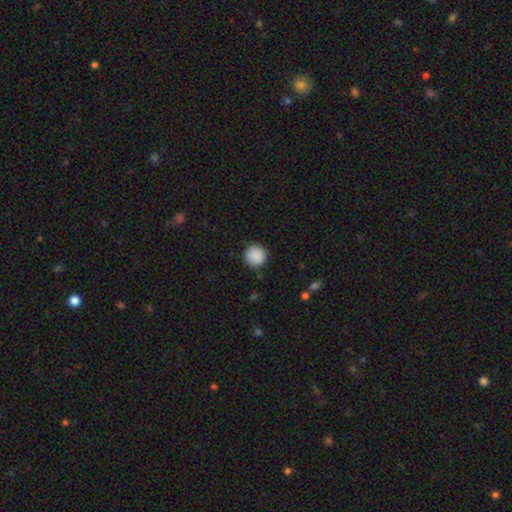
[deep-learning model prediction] This is clearly a smooth galaxy (89%). How rounded: clearly round (94%). Merging: clearly none (87%).